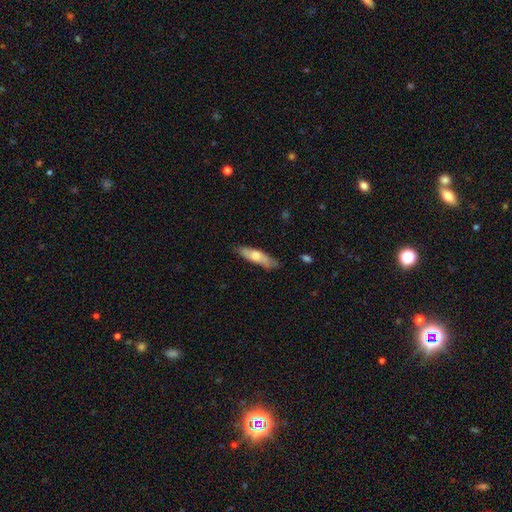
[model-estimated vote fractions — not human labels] Q: Smooth or featured?
A: smooth (64%); runner-up: featured or disk (31%)
Q: How rounded?
A: cigar-shaped (65%); runner-up: in between (33%)
Q: Merging?
A: none (75%); runner-up: minor disturbance (20%)